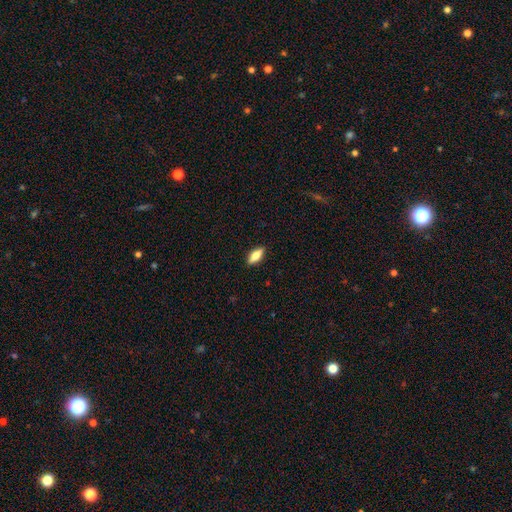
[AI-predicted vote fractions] Smooth or featured: smooth — 69% (featured or disk — 24%)
How rounded: in between — 71% (cigar-shaped — 26%)
Merging: none — 88% (minor disturbance — 9%)